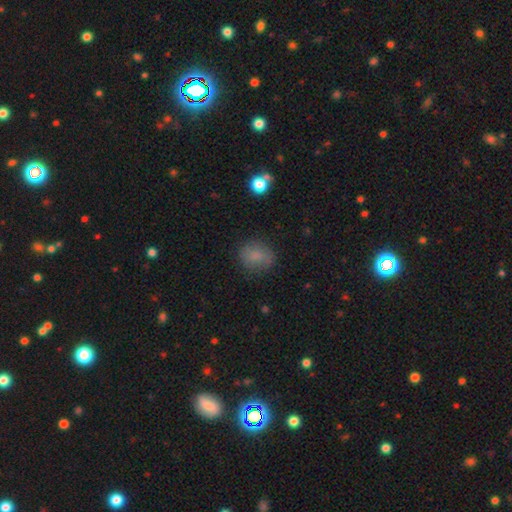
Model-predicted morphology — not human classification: Overall: smooth (79%). How rounded: round (57%; in between 41%). Merging: none (75%).